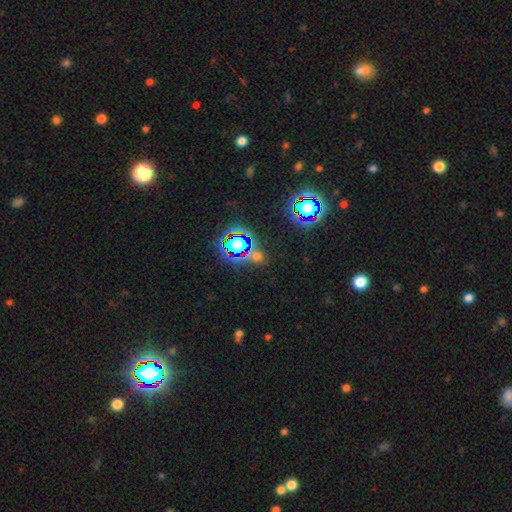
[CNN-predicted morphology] Smooth or featured? star or artifact (65%)